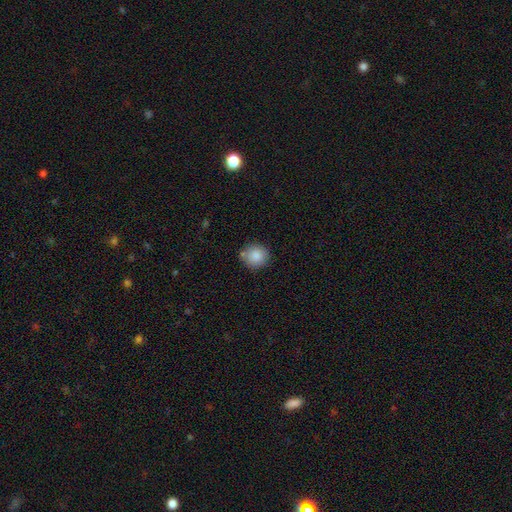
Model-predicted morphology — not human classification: This is clearly a smooth galaxy (86%). How rounded: clearly round (91%). Merging: likely none (79%).